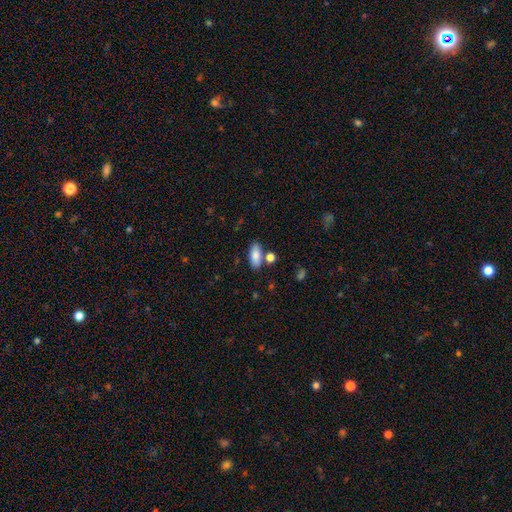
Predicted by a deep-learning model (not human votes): This appears to be a smooth galaxy with no disk features (84%) that is in between round and cigar-shaped (85%). Merging: none (75%).